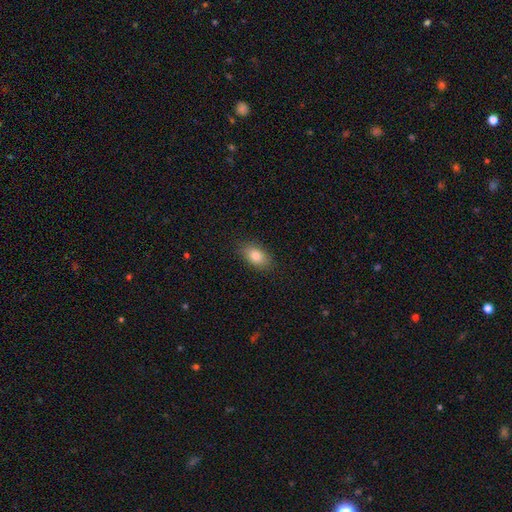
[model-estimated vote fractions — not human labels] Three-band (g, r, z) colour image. It shows a smooth galaxy with no disk features (82%) that is in between round and cigar-shaped (89%). Merging: none (87%).